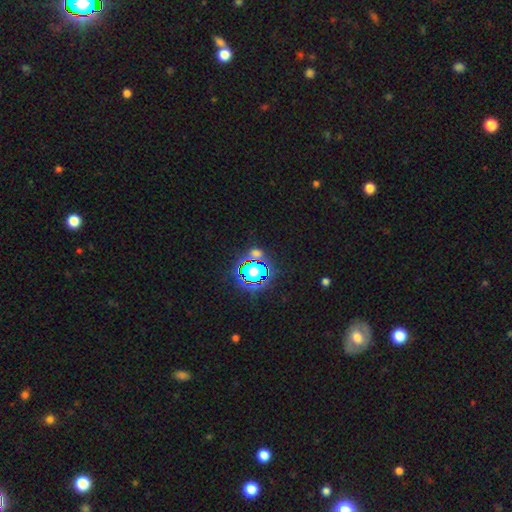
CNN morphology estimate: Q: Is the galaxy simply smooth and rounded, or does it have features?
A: star or artifact — 72%.